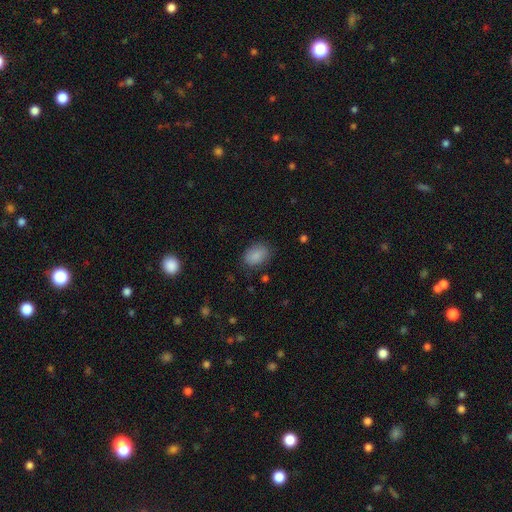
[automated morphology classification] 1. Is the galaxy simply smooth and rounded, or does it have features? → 87% smooth, 8% star or artifact, 5% featured or disk.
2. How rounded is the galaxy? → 79% in between, 20% round, 1% cigar-shaped.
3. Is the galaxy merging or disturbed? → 80% none, 15% minor disturbance, 4% major disturbance, 1% merger.